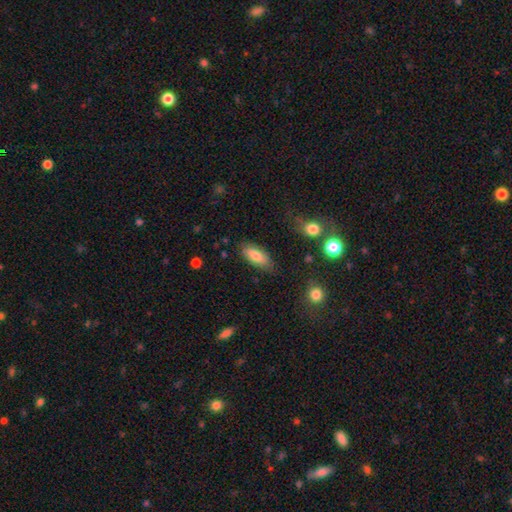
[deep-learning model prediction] A smooth galaxy with no disk features (77%) that is in between round and cigar-shaped (82%). Merging: none (79%).